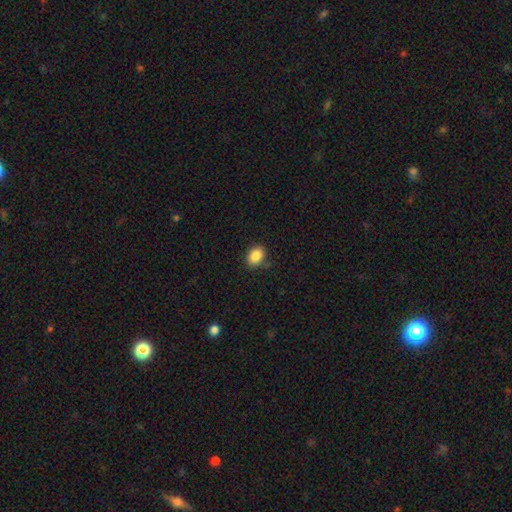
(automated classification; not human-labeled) Smooth or featured? smooth (87%)
How rounded? in between (72%)
Merging? none (84%)